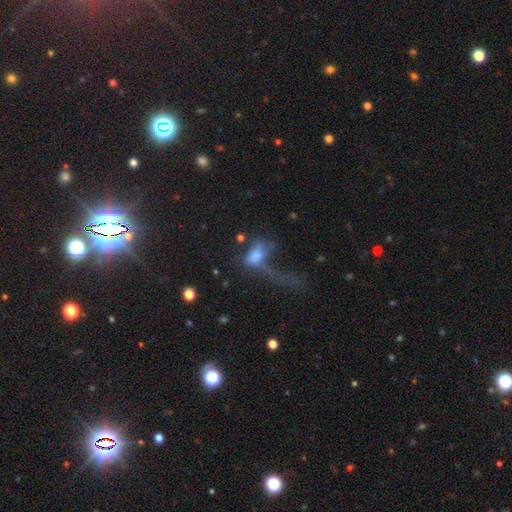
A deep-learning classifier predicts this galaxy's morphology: This appears to be a smooth galaxy with no disk features (58%) that is in between round and cigar-shaped (81%). Merging: major disturbance (66%).